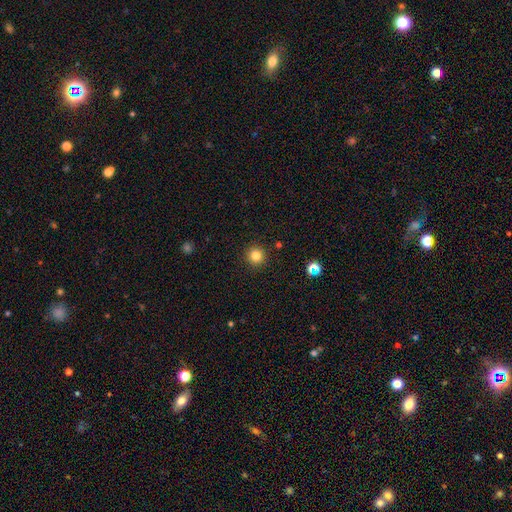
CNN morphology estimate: smooth 82%, star or artifact 13%, featured or disk 5%. Down the decision tree: how rounded — round (95%); merging — none (92%).